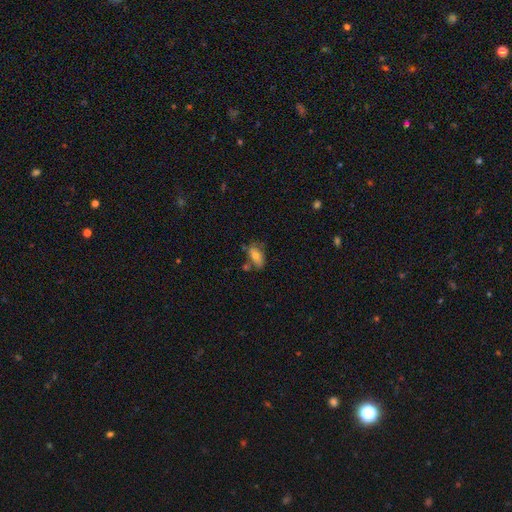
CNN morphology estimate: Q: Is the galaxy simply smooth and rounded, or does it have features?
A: smooth — 72%.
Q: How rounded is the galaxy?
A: in between — 83%.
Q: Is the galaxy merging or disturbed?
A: none — 57%.